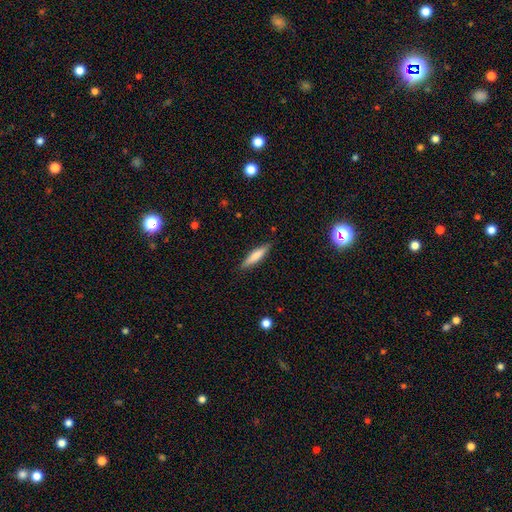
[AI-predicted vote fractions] This is likely a smooth galaxy (75%). How rounded: clearly cigar-shaped (81%). Merging: clearly none (88%).